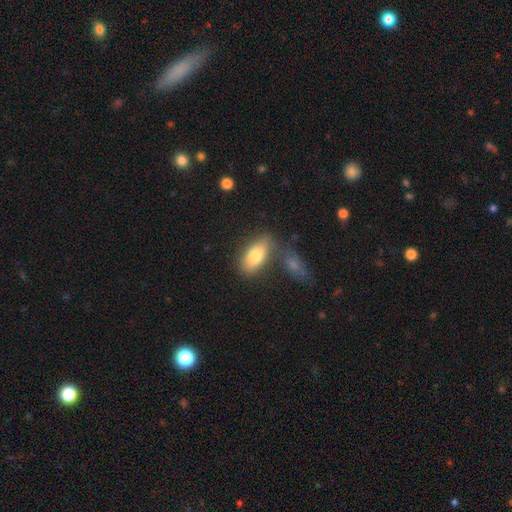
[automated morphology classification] The model was most divided on "merging": none: 59%, merger: 21%, minor disturbance: 15%, major disturbance: 5%. More confident: how rounded — in between (88%); smooth or featured — smooth (79%).